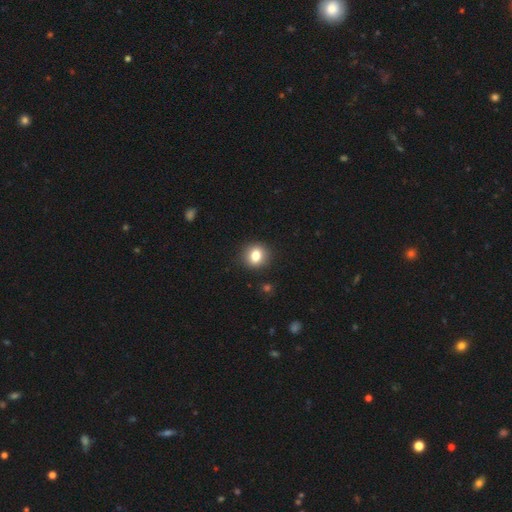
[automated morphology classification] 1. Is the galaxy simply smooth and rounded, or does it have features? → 80% smooth, 11% star or artifact, 9% featured or disk.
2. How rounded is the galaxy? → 79% round, 20% in between, 1% cigar-shaped.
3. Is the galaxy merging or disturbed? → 90% none, 7% minor disturbance, 2% major disturbance, 1% merger.